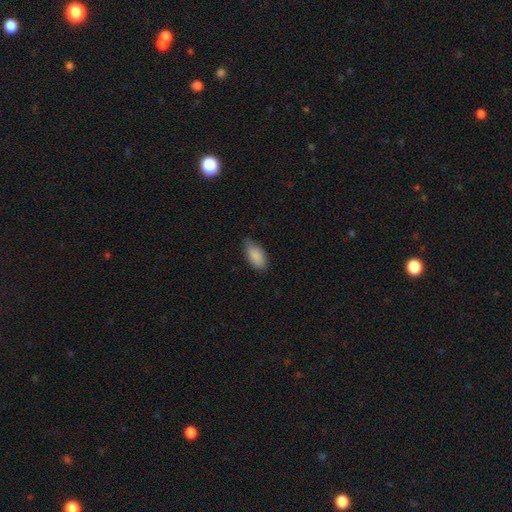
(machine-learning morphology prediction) This appears to be a smooth galaxy with no disk features (89%) that is in between round and cigar-shaped (92%). Merging: none (72%).